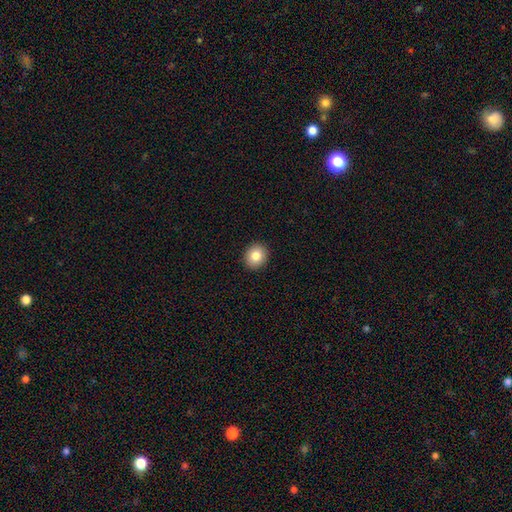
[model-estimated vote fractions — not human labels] A smooth galaxy with no disk features (83%) that is round (79%). Merging: none (92%).